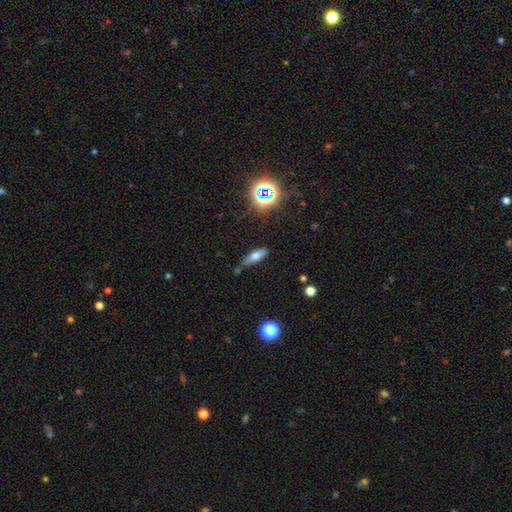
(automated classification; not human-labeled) This appears to be a smooth galaxy with no disk features (64%) that is in between round and cigar-shaped (50%). Merging: none (68%).